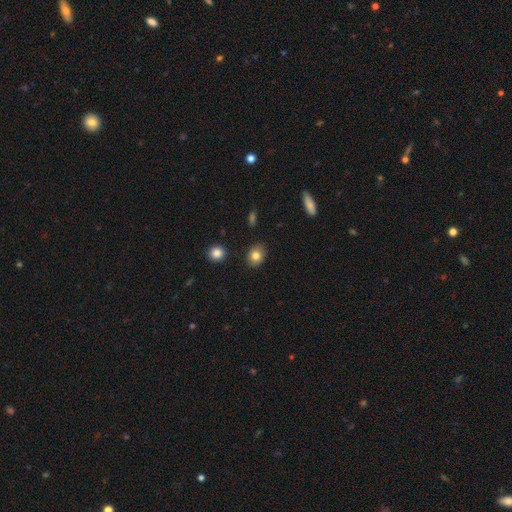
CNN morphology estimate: A smooth galaxy with no disk features (80%) that is in between round and cigar-shaped (56%).

Vote fractions:
- Smooth or featured? smooth: 80% / featured or disk: 11% / star or artifact: 9%
- How rounded? in between: 56% / round: 43% / cigar-shaped: 1%
- Merging? none: 86% / minor disturbance: 10% / major disturbance: 2% / merger: 2%